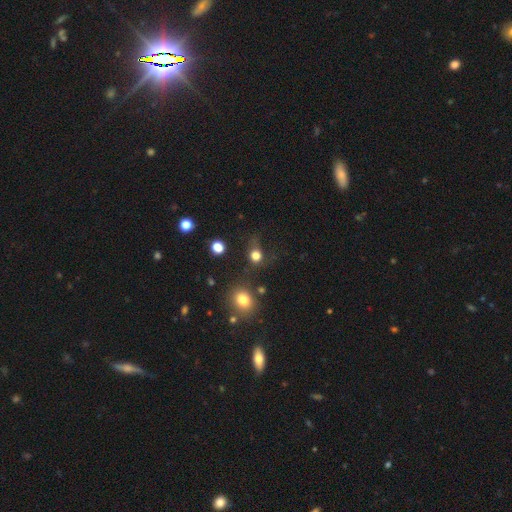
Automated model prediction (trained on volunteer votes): This is likely a smooth galaxy (76%). How rounded: clearly round (84%). Merging: possibly none (58%).